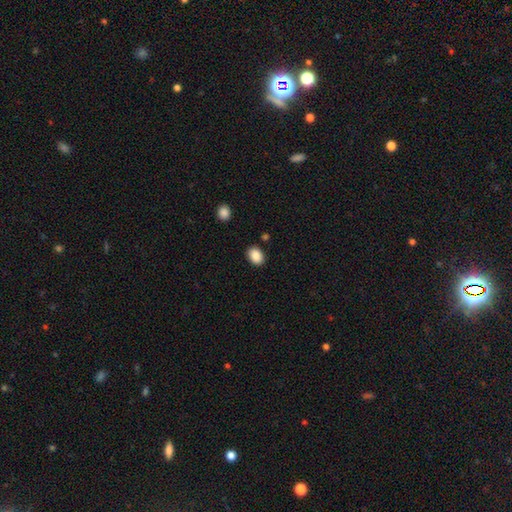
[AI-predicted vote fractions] Smooth or featured? Predicted: smooth (p=0.89). How rounded? Predicted: in between (p=0.73). Merging? Predicted: none (p=0.87).